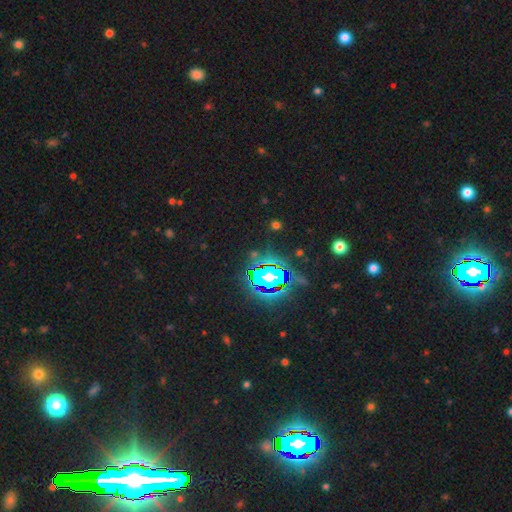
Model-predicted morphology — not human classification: This appears to be a star or artifact, not a galaxy (77%).